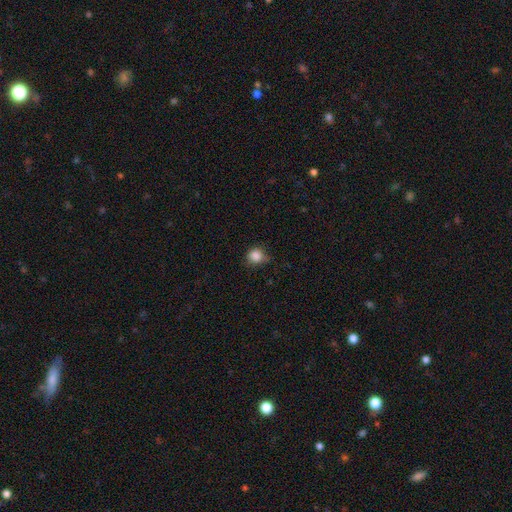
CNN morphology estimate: Smooth or featured? smooth (85%)
How rounded? round (82%)
Merging? none (65%)